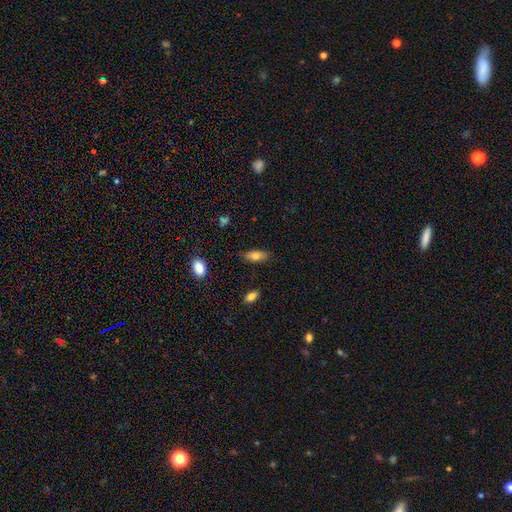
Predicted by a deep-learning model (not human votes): Q: Smooth or featured?
A: smooth (78%); runner-up: featured or disk (14%)
Q: How rounded?
A: in between (83%); runner-up: cigar-shaped (14%)
Q: Merging?
A: none (83%); runner-up: minor disturbance (13%)